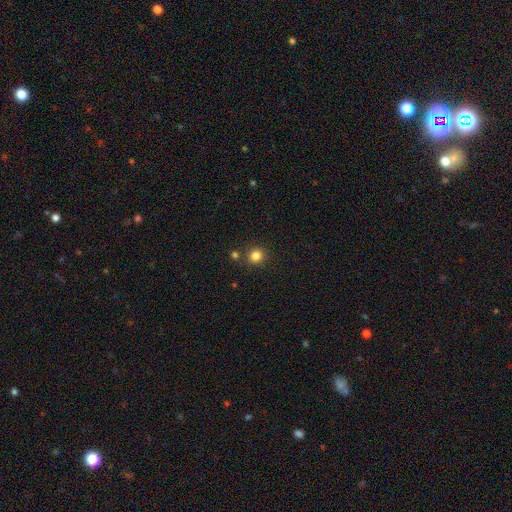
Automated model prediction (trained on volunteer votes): Morphology: type=smooth (82%); roundness=round (90%); merging=none (84%).